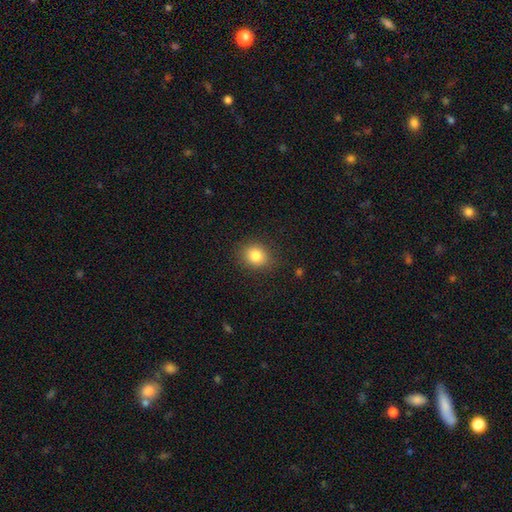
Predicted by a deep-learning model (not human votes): Morphology: type=smooth (83%); roundness=round (66%); merging=none (86%).